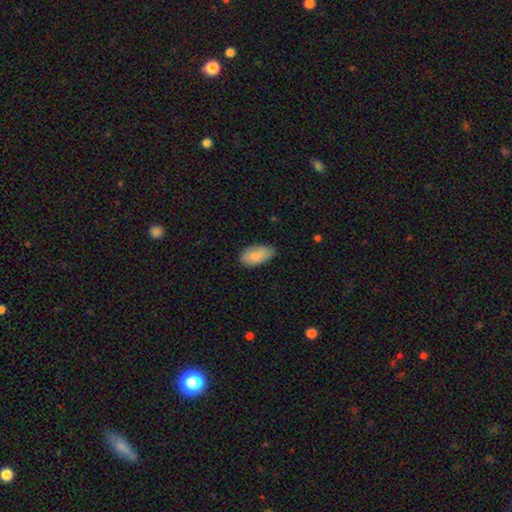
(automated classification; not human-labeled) Smooth or featured? smooth (84%)
How rounded? in between (94%)
Merging? none (72%)